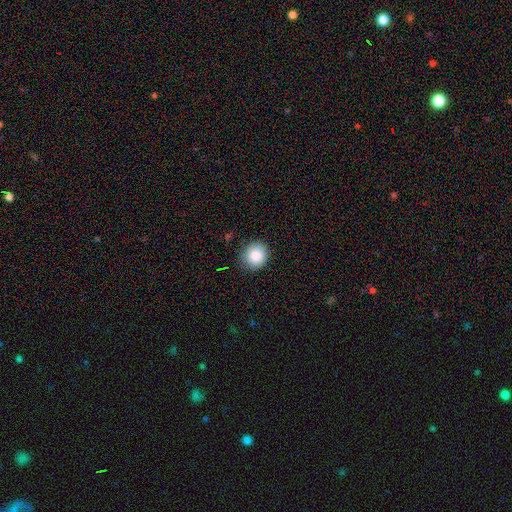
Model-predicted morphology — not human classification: Smooth or featured? smooth (85%)
How rounded? round (88%)
Merging? none (85%)